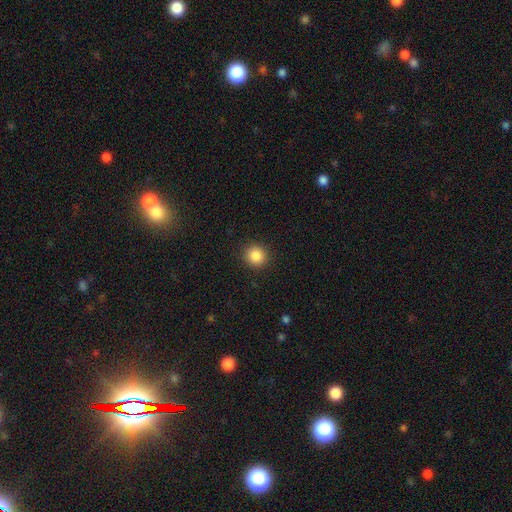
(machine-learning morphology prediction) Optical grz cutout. It shows a smooth galaxy with no disk features (86%) that is round (92%). Merging: none (91%).